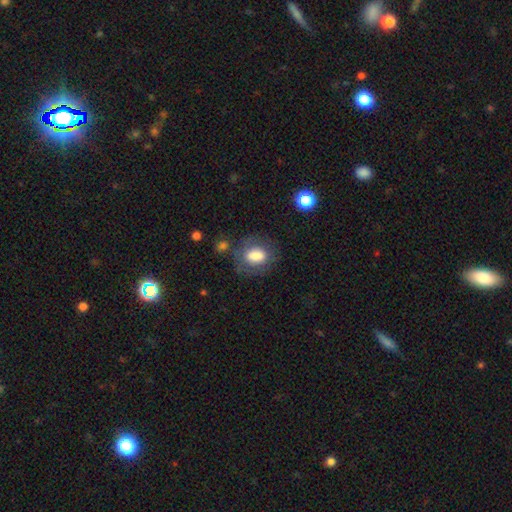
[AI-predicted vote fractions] Smooth or featured: smooth — 75% (featured or disk — 16%)
How rounded: in between — 67% (round — 31%)
Merging: none — 67% (minor disturbance — 18%)